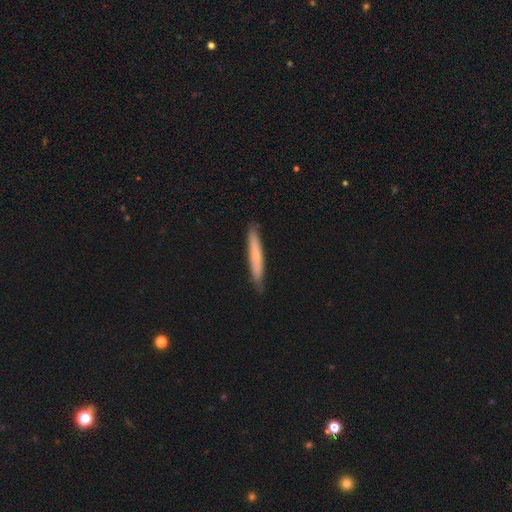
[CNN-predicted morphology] This appears to be a smooth galaxy with no disk features (61%) that is cigar-shaped (95%). Merging: none (86%).